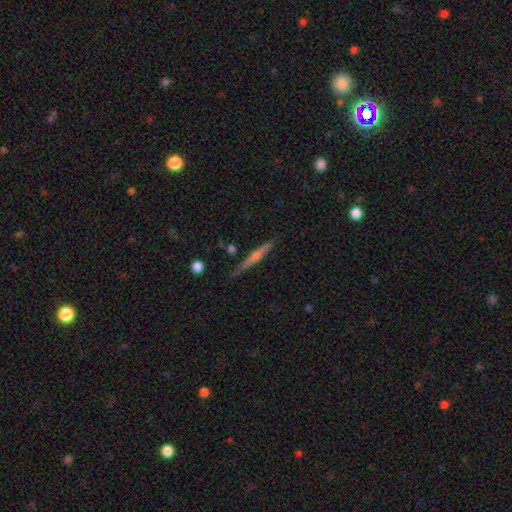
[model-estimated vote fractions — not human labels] The model was most divided on "smooth or featured": featured or disk: 62%, smooth: 31%, star or artifact: 7%. More confident: edge-on disk — yes (97%); merging — none (85%); edge-on bulge — rounded (67%).